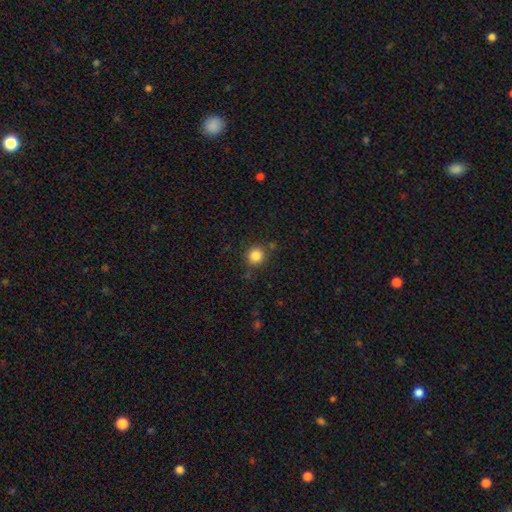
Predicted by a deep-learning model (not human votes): This is clearly a smooth galaxy (84%). How rounded: clearly round (91%). Merging: clearly none (83%).